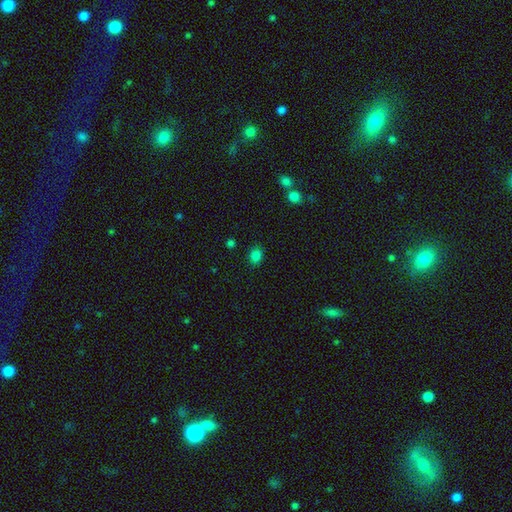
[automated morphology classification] Smooth or featured? smooth (81%)
How rounded? in between (55%)
Merging? none (84%)